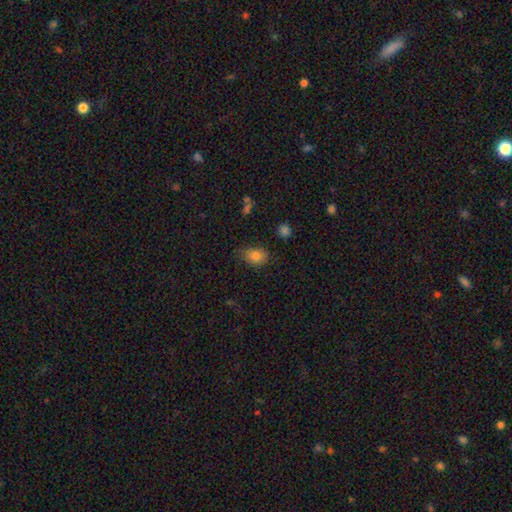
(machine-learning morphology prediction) smooth-or-featured: smooth: 81% | star or artifact: 11% | featured or disk: 8%
  how-rounded: in between: 66% | round: 32% | cigar-shaped: 1%
  merging: none: 73% | minor disturbance: 21% | major disturbance: 4% | merger: 2%